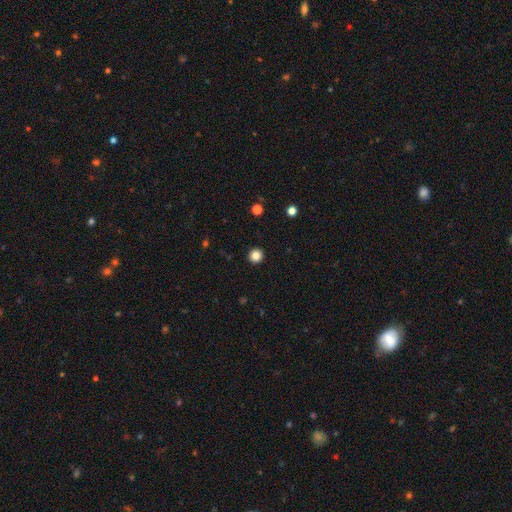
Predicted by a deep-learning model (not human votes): smooth_or_featured: smooth (p=0.84) [alt: star or artifact p=0.12]
how_rounded: round (p=0.95) [alt: in between p=0.04]
merging: none (p=0.93) [alt: minor disturbance p=0.04]